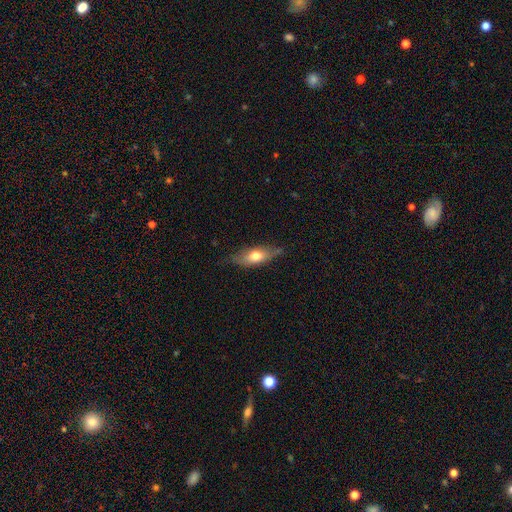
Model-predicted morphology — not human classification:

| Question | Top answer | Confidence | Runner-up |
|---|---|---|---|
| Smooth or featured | smooth | 60% | featured or disk (33%) |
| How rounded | in between | 65% | cigar-shaped (31%) |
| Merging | none | 70% | minor disturbance (23%) |